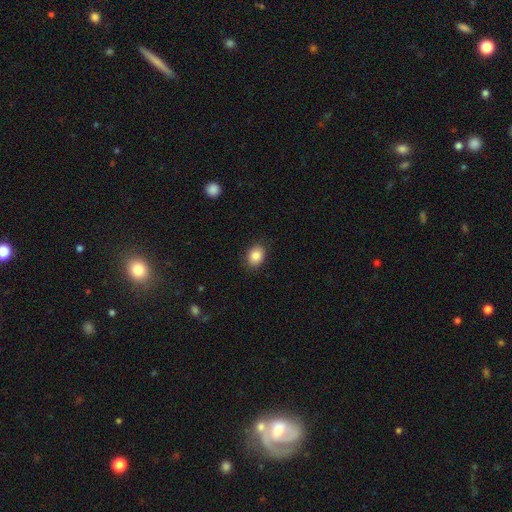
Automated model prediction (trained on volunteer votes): Morphology: type=smooth (85%); roundness=in between (55%); merging=none (87%).